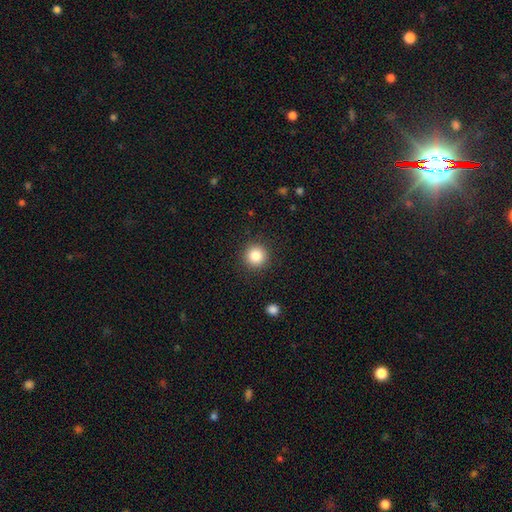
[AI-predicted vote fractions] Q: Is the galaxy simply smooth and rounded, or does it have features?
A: smooth — 84%.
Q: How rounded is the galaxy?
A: round — 95%.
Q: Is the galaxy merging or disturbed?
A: none — 91%.